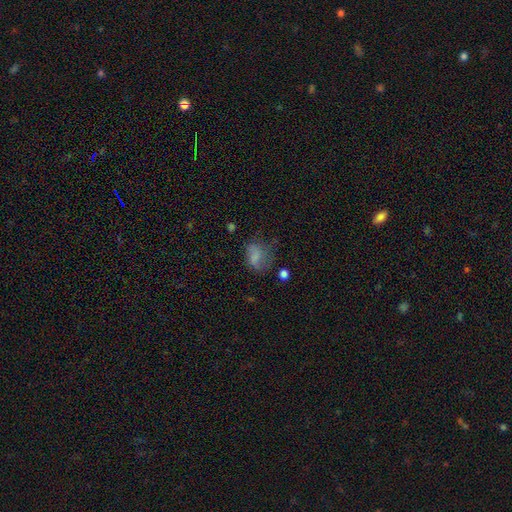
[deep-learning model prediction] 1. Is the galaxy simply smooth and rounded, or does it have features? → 64% smooth, 23% featured or disk, 13% star or artifact.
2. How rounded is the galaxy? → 68% in between, 30% round, 2% cigar-shaped.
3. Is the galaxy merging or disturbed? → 40% none, 28% minor disturbance, 28% major disturbance, 4% merger.